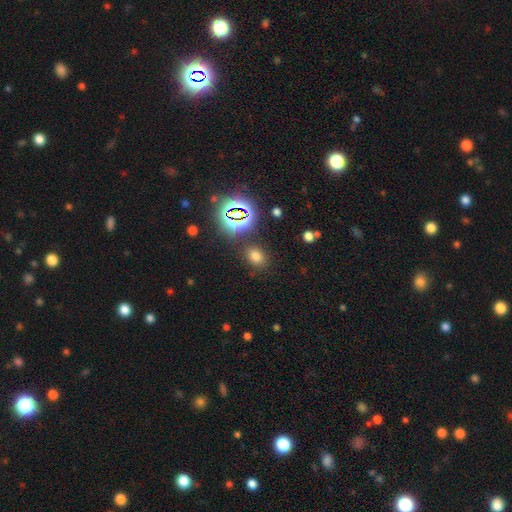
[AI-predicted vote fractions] This is likely a smooth galaxy (66%). How rounded: possibly in between (58%). Merging: clearly none (83%).